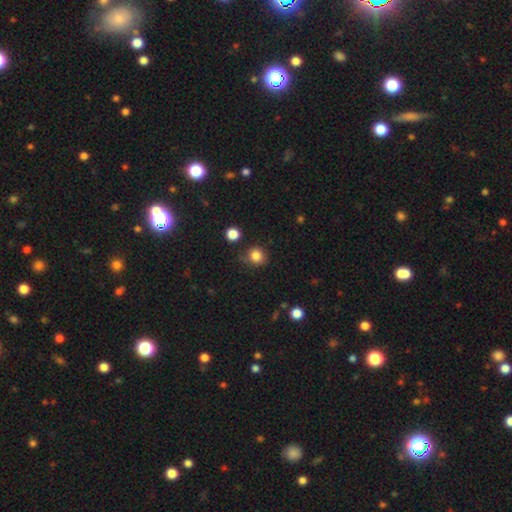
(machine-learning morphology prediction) A smooth galaxy with no disk features (83%) that is round (84%).

Vote fractions:
- Smooth or featured? smooth: 83% / star or artifact: 12% / featured or disk: 5%
- How rounded? round: 84% / in between: 15% / cigar-shaped: 1%
- Merging? none: 73% / minor disturbance: 18% / major disturbance: 5% / merger: 4%